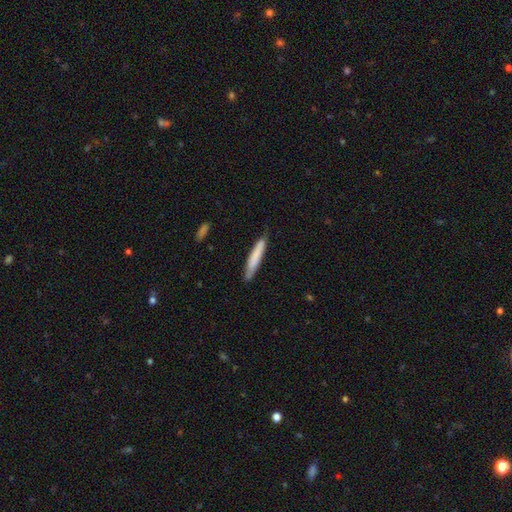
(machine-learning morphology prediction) The model was most divided on "smooth or featured": smooth: 73%, featured or disk: 22%, star or artifact: 5%. More confident: how rounded — cigar-shaped (93%); merging — none (76%).